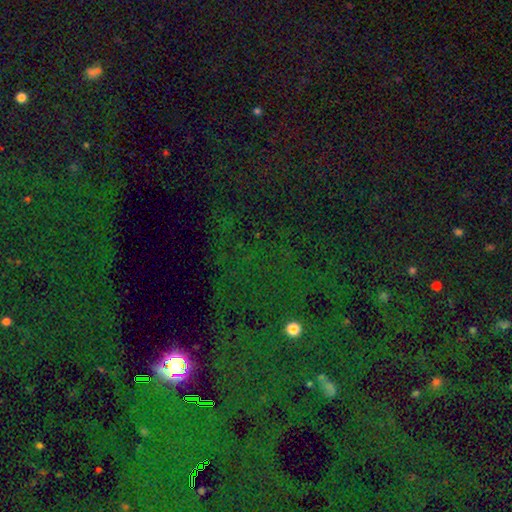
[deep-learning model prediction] smooth-or-featured: star or artifact: 81% | smooth: 11% | featured or disk: 8%